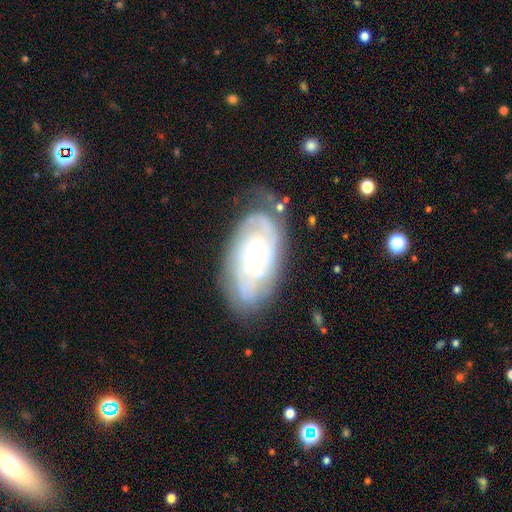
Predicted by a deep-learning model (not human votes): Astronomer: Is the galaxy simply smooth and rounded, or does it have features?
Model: featured or disk — 78%.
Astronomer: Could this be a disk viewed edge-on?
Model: no — 94%.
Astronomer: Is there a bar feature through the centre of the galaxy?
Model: no — 60%.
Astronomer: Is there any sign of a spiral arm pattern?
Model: yes — 89%.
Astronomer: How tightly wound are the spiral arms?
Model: tight — 67%.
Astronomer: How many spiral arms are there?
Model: can't tell — 49%.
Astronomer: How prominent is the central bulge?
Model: moderate — 53% (runner-up: small, 37%).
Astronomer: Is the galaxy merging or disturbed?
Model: none — 66%.